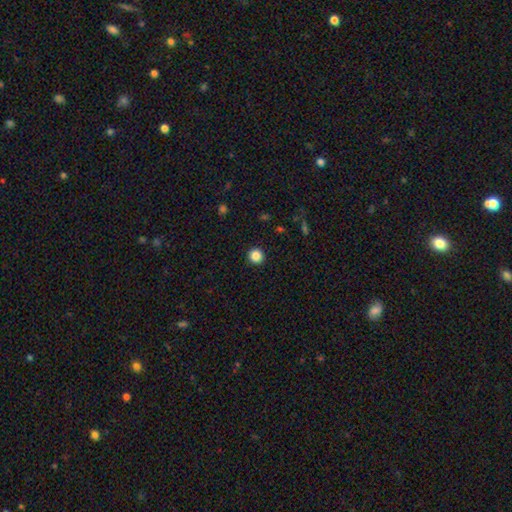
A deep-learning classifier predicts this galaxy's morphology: type=smooth (85%); roundness=round (95%); merging=none (93%).